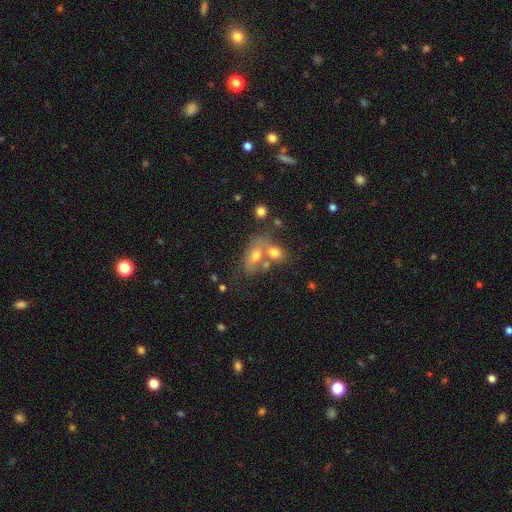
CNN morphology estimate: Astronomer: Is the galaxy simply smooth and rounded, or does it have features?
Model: smooth — 62%.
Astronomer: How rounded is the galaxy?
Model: in between — 84%.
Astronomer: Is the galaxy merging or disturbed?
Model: merger — 49% (runner-up: none, 30%).